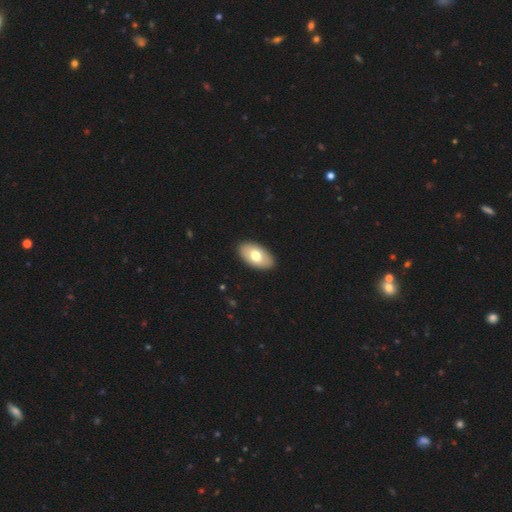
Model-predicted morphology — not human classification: A smooth galaxy with no disk features (71%) that is in between round and cigar-shaped (95%).

Vote fractions:
- Smooth or featured? smooth: 71% / featured or disk: 23% / star or artifact: 5%
- How rounded? in between: 95% / round: 3% / cigar-shaped: 2%
- Merging? none: 91% / minor disturbance: 7% / major disturbance: 2% / merger: 1%